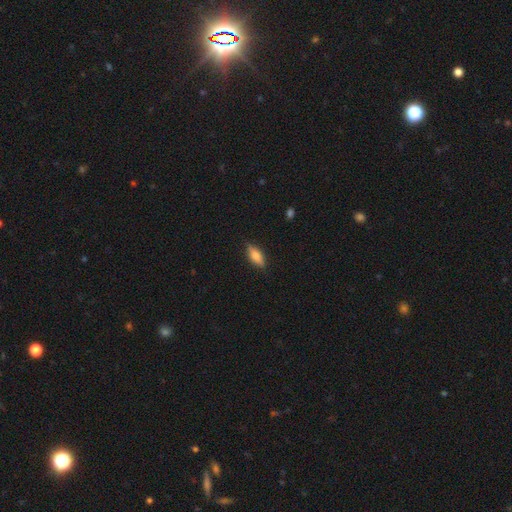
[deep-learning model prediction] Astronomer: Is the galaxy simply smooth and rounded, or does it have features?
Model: smooth — 66%.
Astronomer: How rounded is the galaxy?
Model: in between — 69%.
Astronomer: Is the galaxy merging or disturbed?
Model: none — 84%.